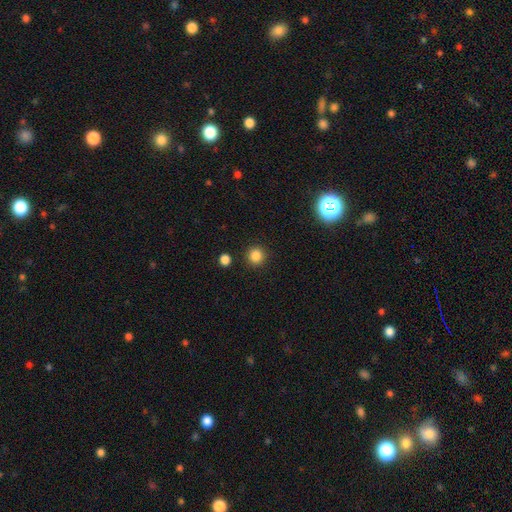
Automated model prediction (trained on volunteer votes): Smooth or featured?
  - smooth: 84% *
  - star or artifact: 12%
  - featured or disk: 4%
How rounded?
  - round: 95% *
  - in between: 4%
  - cigar-shaped: 1%
Merging?
  - none: 91% *
  - minor disturbance: 5%
  - merger: 2%
  - major disturbance: 2%